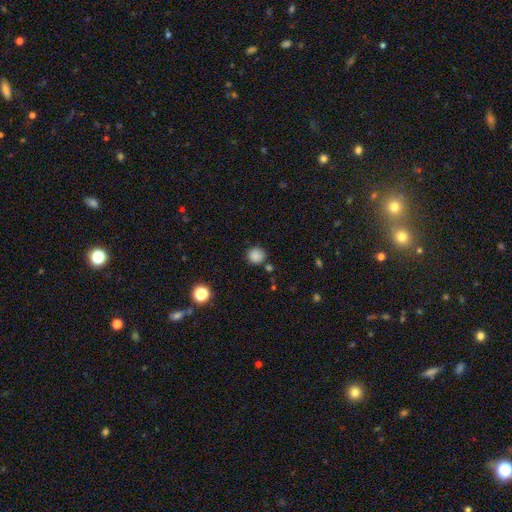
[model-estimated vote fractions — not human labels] This is clearly a smooth galaxy (84%). How rounded: clearly round (91%). Merging: clearly none (81%).